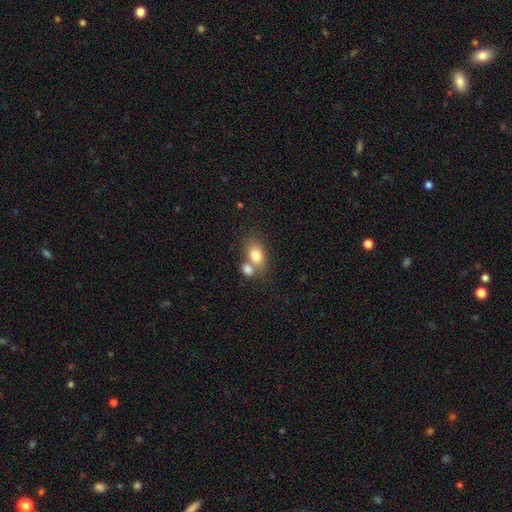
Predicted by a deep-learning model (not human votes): Q: Smooth or featured?
A: smooth (78%); runner-up: featured or disk (13%)
Q: How rounded?
A: in between (71%); runner-up: round (27%)
Q: Merging?
A: merger (48%); runner-up: none (37%)